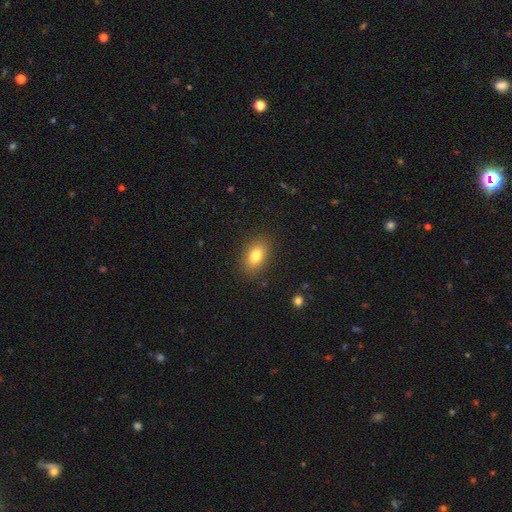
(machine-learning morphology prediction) A smooth galaxy with no disk features (81%) that is in between round and cigar-shaped (87%). Merging: none (87%).